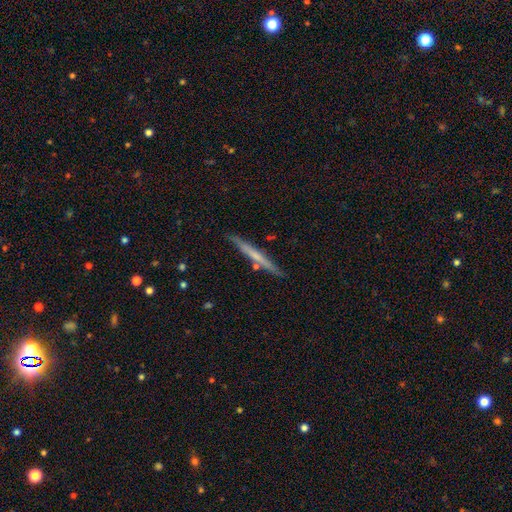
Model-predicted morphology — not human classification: Smooth or featured: featured or disk — 48% (smooth — 46%)
Merging: none — 84% (minor disturbance — 10%)